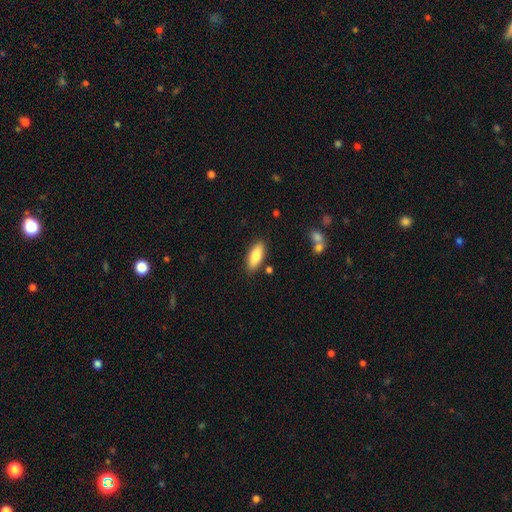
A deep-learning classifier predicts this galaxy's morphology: Smooth or featured: smooth — 83% (featured or disk — 11%)
How rounded: in between — 76% (cigar-shaped — 22%)
Merging: none — 84% (minor disturbance — 10%)